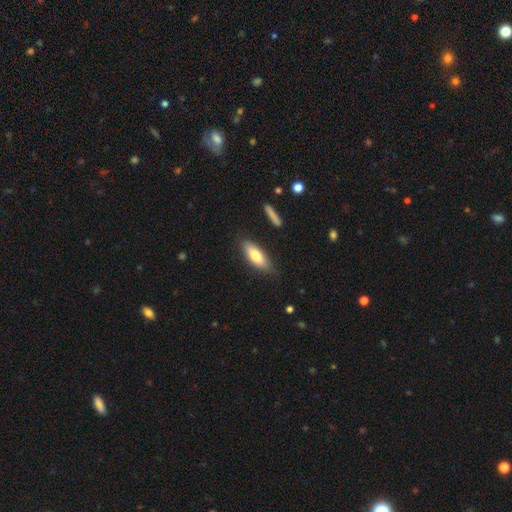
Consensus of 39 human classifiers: A smooth galaxy with no disk features (82%) that is in between round and cigar-shaped (56%). Merging: none (74%).